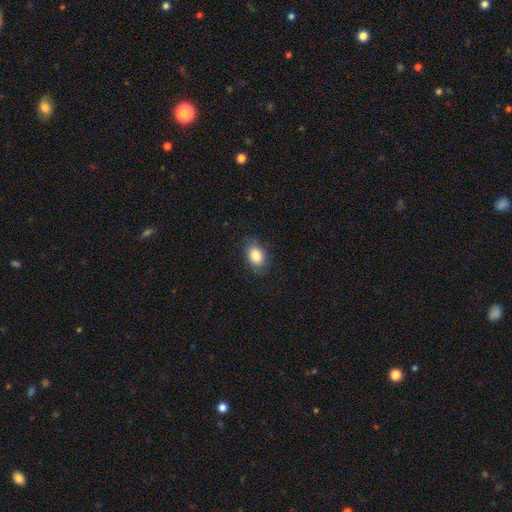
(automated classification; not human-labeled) smooth_or_featured: smooth (p=0.85) [alt: star or artifact p=0.08]
how_rounded: in between (p=0.76) [alt: round p=0.23]
merging: none (p=0.84) [alt: minor disturbance p=0.12]